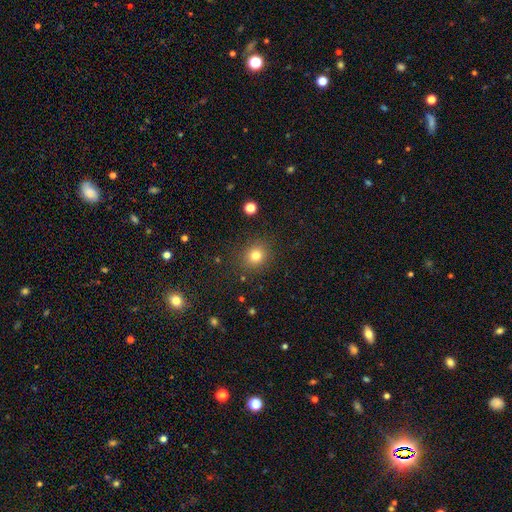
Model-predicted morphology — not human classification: smooth_or_featured: smooth (p=0.80) [alt: star or artifact p=0.14]
how_rounded: round (p=0.83) [alt: in between p=0.16]
merging: none (p=0.87) [alt: minor disturbance p=0.08]